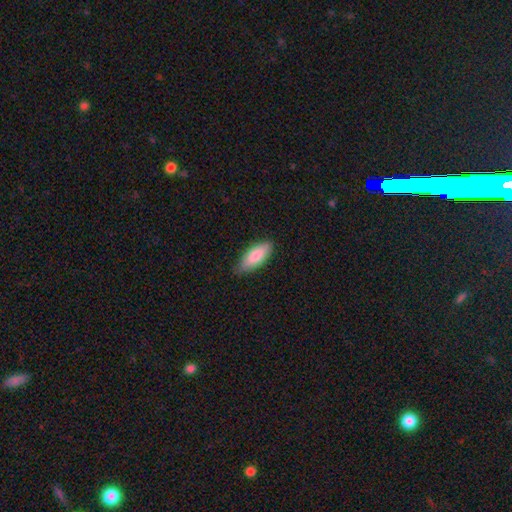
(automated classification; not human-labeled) smooth_or_featured: smooth (p=0.84) [alt: featured or disk p=0.11]
how_rounded: in between (p=0.77) [alt: cigar-shaped p=0.21]
merging: none (p=0.79) [alt: minor disturbance p=0.18]